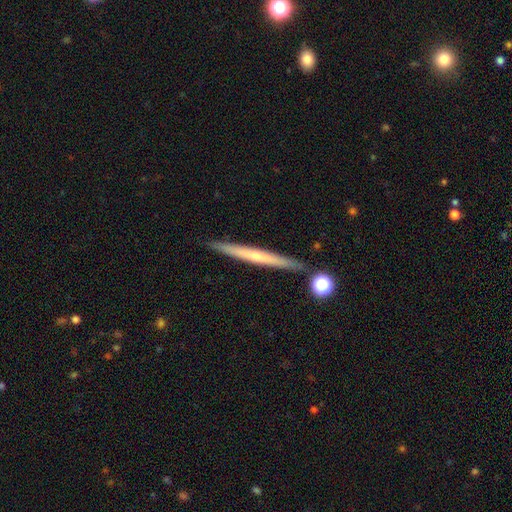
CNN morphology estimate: This appears to be a featured or disk galaxy (64%) viewed edge-on (97%) with a rounded central bulge (47%). Merging: none (89%).